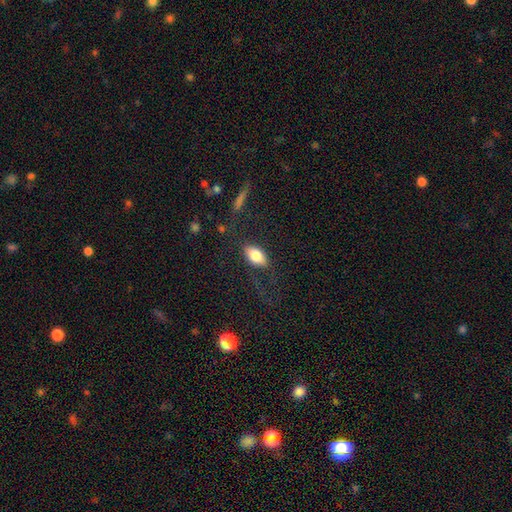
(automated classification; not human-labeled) Smooth or featured? smooth (78%)
How rounded? in between (90%)
Merging? none (75%)